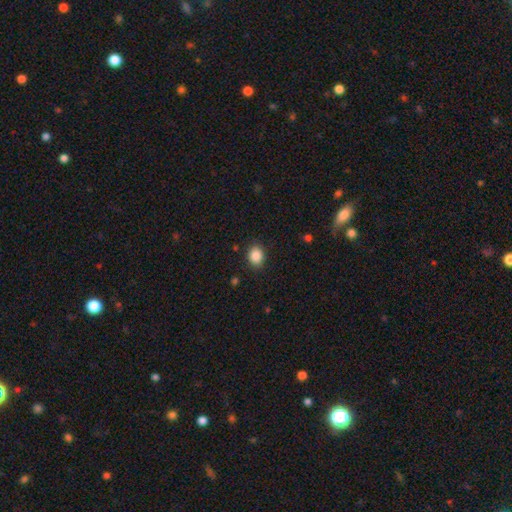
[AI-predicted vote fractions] This appears to be a smooth galaxy with no disk features (88%) that is in between round and cigar-shaped (52%). Merging: none (87%).